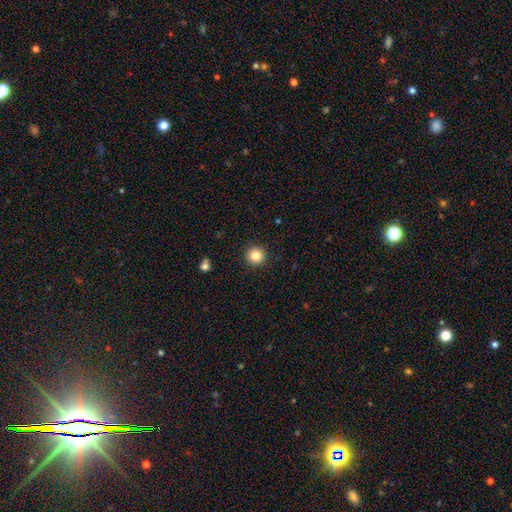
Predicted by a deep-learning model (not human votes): smooth-or-featured: smooth: 85% | star or artifact: 10% | featured or disk: 5%
  how-rounded: round: 94% | in between: 5% | cigar-shaped: 1%
  merging: none: 92% | minor disturbance: 5% | major disturbance: 2% | merger: 1%